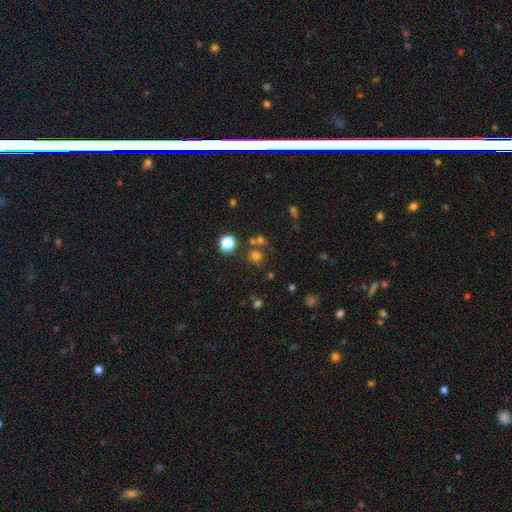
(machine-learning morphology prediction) This is likely a smooth galaxy (67%). How rounded: clearly round (91%). Merging: likely none (73%).